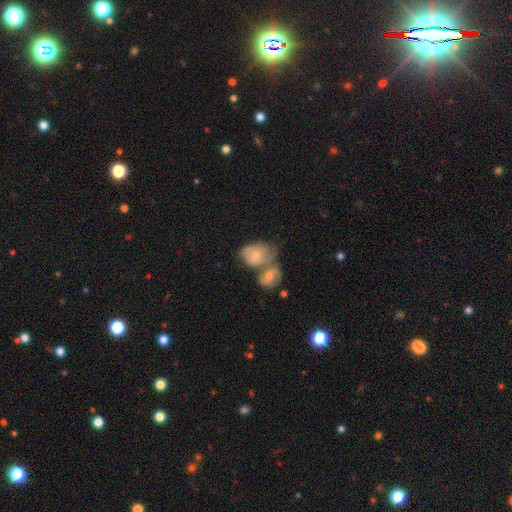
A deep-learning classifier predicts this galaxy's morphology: This appears to be a smooth galaxy with no disk features (53%) that is in between round and cigar-shaped (59%). Merging: merger (60%).